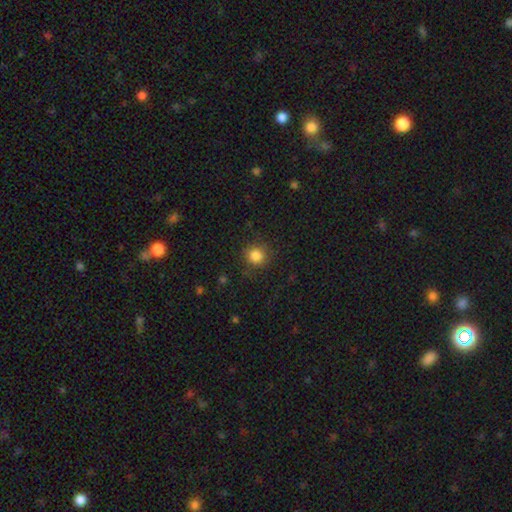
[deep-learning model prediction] smooth-or-featured: smooth: 84% | star or artifact: 11% | featured or disk: 5%
  how-rounded: round: 92% | in between: 7% | cigar-shaped: 1%
  merging: none: 87% | minor disturbance: 8% | major disturbance: 3% | merger: 1%